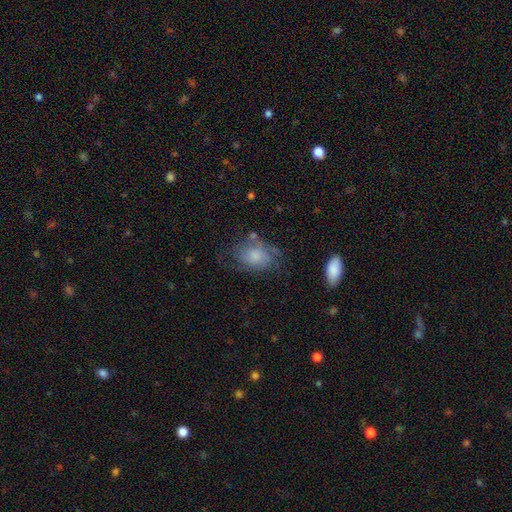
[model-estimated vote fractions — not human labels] Smooth or featured? smooth (59%)
How rounded? in between (74%)
Merging? none (48%)